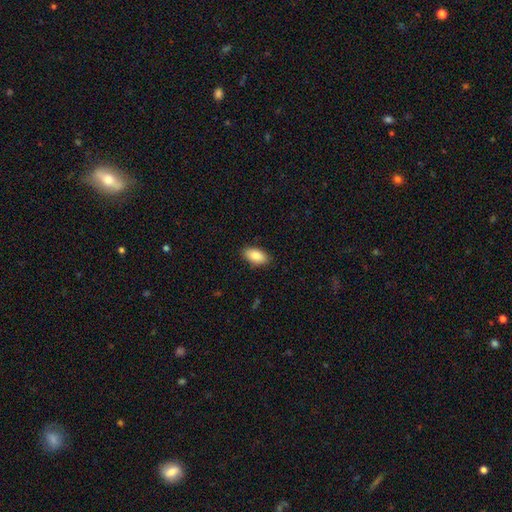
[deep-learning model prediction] Overall: smooth (88%). How rounded: in between (93%). Merging: none (88%).